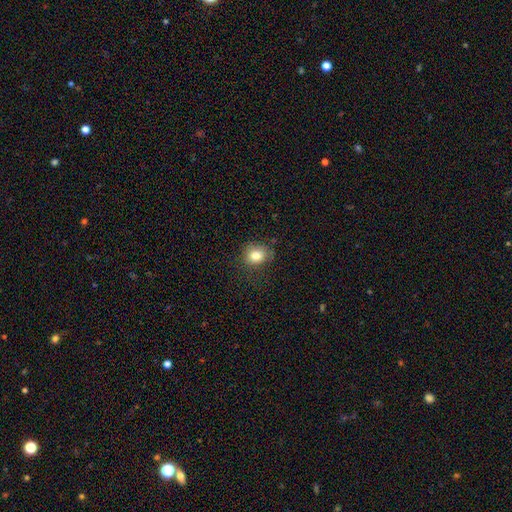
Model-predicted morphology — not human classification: Smooth or featured: smooth — 81% (star or artifact — 11%)
How rounded: round — 61% (in between — 38%)
Merging: none — 76% (minor disturbance — 17%)